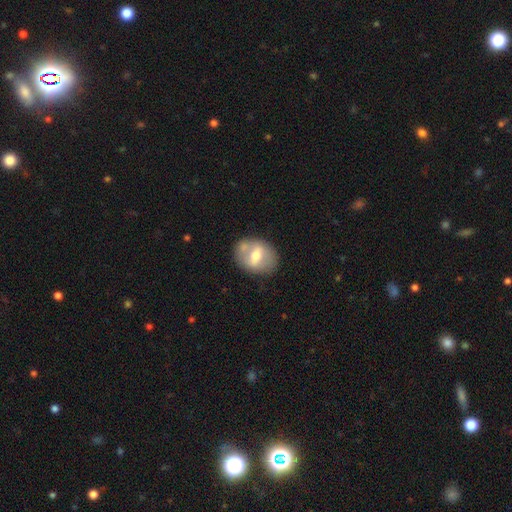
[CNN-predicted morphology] Smooth or featured? Predicted: featured or disk (p=0.47). Merging? Predicted: none (p=0.70).